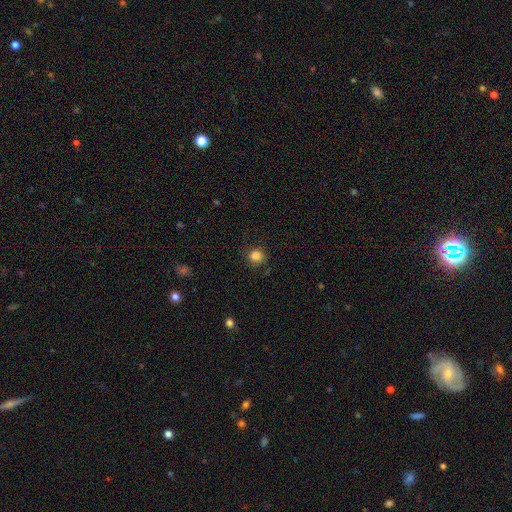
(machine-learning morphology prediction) A smooth galaxy with no disk features (84%) that is round (88%).

Vote fractions:
- Smooth or featured? smooth: 84% / star or artifact: 11% / featured or disk: 4%
- How rounded? round: 88% / in between: 11% / cigar-shaped: 1%
- Merging? none: 84% / minor disturbance: 11% / major disturbance: 3% / merger: 1%